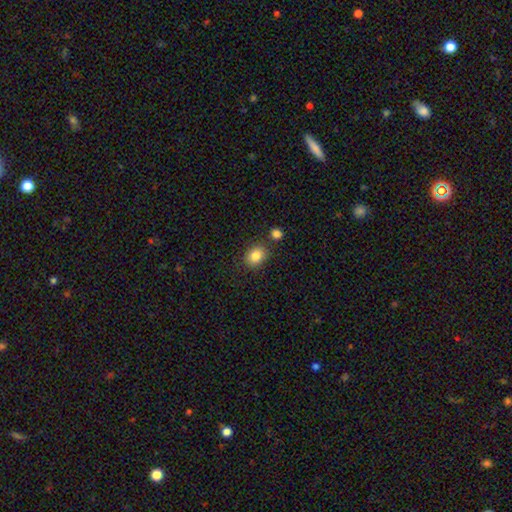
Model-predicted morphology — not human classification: Smooth or featured? smooth (84%)
How rounded? round (55%)
Merging? none (79%)